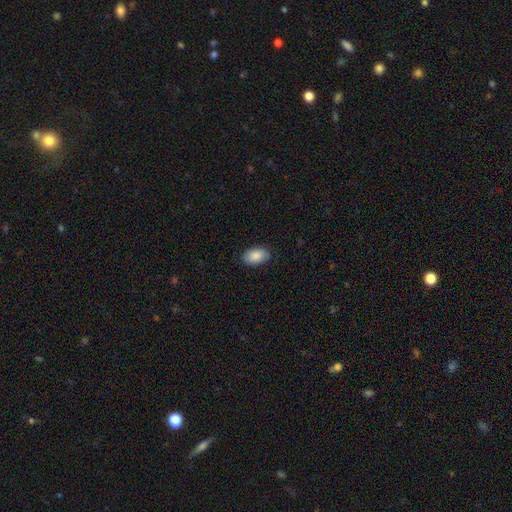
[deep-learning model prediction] smooth 85%, featured or disk 9%, star or artifact 6%. Down the decision tree: how rounded — in between (93%); merging — none (83%).